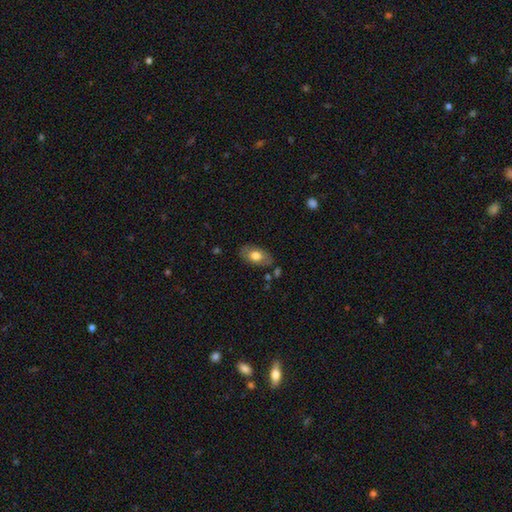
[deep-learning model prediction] smooth-or-featured: smooth: 69% | featured or disk: 25% | star or artifact: 6%
  how-rounded: in between: 92% | round: 6% | cigar-shaped: 2%
  merging: none: 77% | minor disturbance: 16% | major disturbance: 4% | merger: 3%